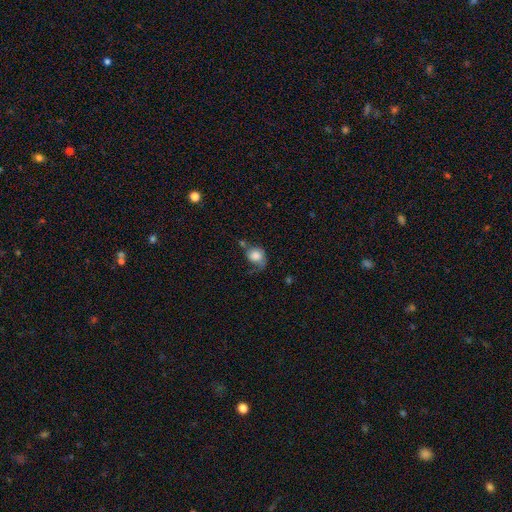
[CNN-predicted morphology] smooth-or-featured: smooth: 69% | featured or disk: 22% | star or artifact: 9%
  how-rounded: round: 68% | in between: 31% | cigar-shaped: 1%
  merging: major disturbance: 35% | none: 30% | minor disturbance: 27% | merger: 9%